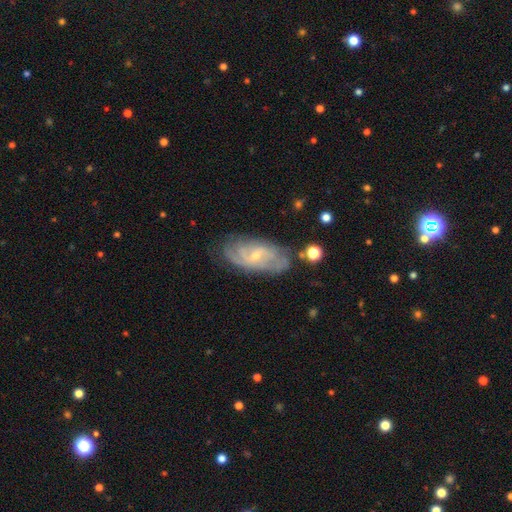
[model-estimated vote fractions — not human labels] Q: Smooth or featured?
A: featured or disk (79%); runner-up: smooth (14%)
Q: Edge-on disk?
A: no (93%); runner-up: yes (7%)
Q: Bar?
A: weak (47%); runner-up: no (41%)
Q: Spiral arms?
A: yes (91%); runner-up: no (9%)
Q: Spiral winding?
A: tight (42%); runner-up: medium (41%)
Q: Spiral arm count?
A: can't tell (36%); runner-up: 2 (34%)
Q: Bulge size?
A: small (71%); runner-up: moderate (25%)
Q: Merging?
A: none (69%); runner-up: minor disturbance (21%)